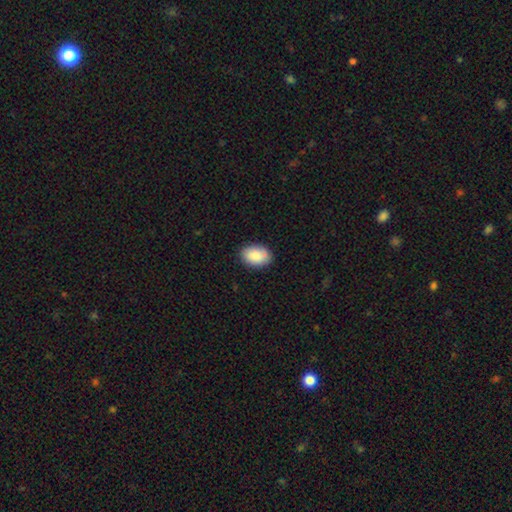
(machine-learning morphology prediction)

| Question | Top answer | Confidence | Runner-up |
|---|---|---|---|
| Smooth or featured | smooth | 88% | star or artifact (6%) |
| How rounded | in between | 87% | round (12%) |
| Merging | none | 84% | minor disturbance (13%) |